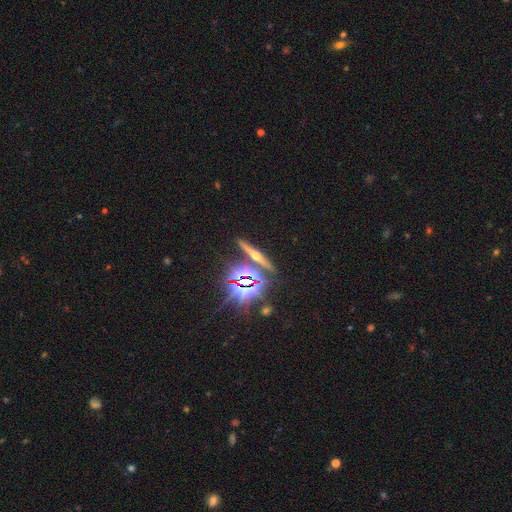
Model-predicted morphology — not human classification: This appears to be a featured or disk galaxy (48%). Merging: none (84%).